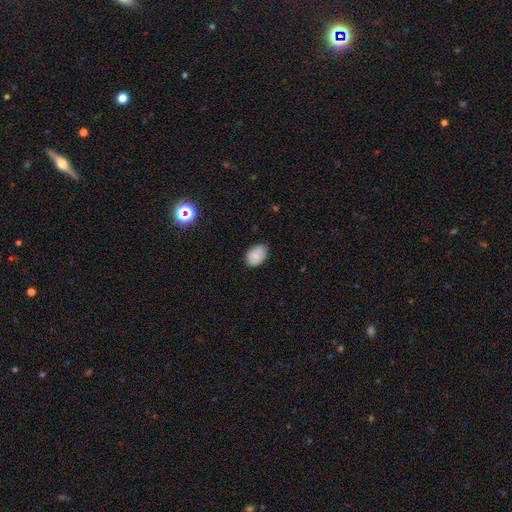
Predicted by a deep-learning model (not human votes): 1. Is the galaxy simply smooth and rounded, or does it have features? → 81% smooth, 11% featured or disk, 8% star or artifact.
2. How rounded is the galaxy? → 81% in between, 18% round, 1% cigar-shaped.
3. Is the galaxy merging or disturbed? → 76% none, 20% minor disturbance, 3% major disturbance, 1% merger.